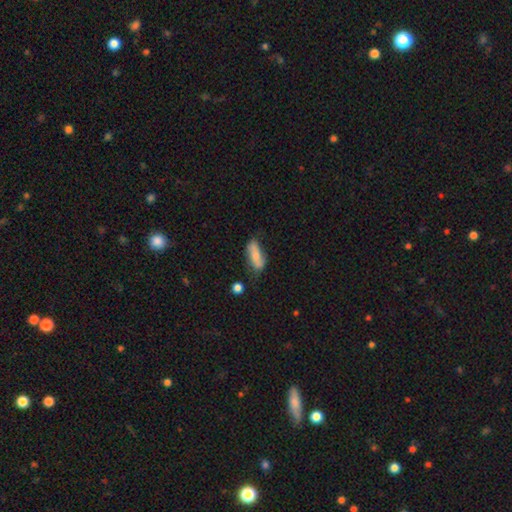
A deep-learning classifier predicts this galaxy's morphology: Smooth or featured?
  - smooth: 63% *
  - featured or disk: 30%
  - star or artifact: 7%
How rounded?
  - in between: 71% *
  - cigar-shaped: 26%
  - round: 3%
Merging?
  - none: 57% *
  - minor disturbance: 30%
  - major disturbance: 8%
  - merger: 5%